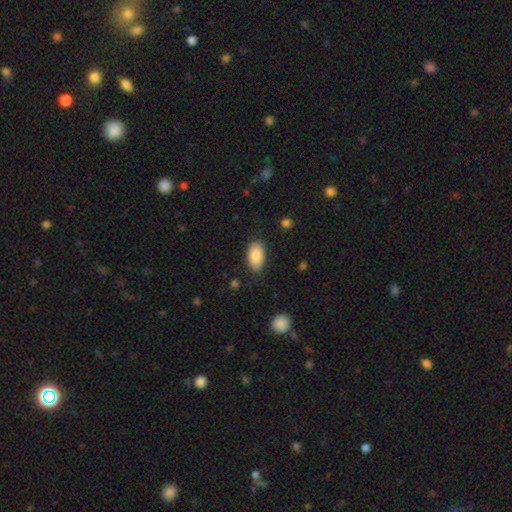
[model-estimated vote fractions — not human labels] Smooth or featured? smooth (88%)
How rounded? in between (94%)
Merging? none (82%)